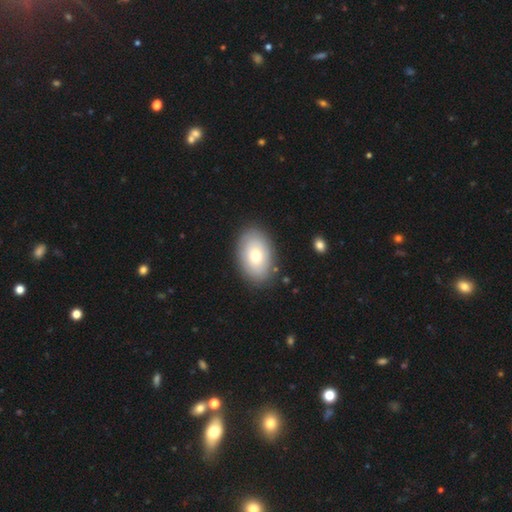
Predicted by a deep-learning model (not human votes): Overall: smooth (70%). How rounded: in between (87%). Merging: none (86%).